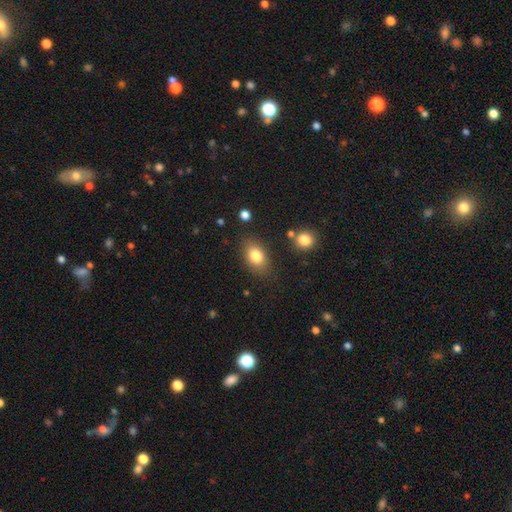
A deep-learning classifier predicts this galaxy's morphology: Smooth or featured?
  - smooth: 81% *
  - featured or disk: 10%
  - star or artifact: 9%
How rounded?
  - in between: 83% *
  - round: 15%
  - cigar-shaped: 2%
Merging?
  - none: 81% *
  - minor disturbance: 12%
  - major disturbance: 4%
  - merger: 3%